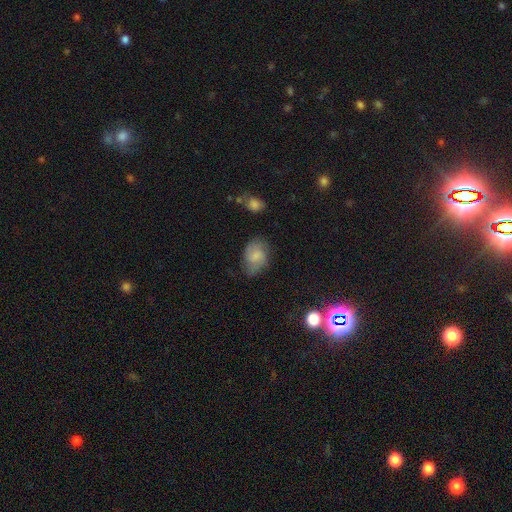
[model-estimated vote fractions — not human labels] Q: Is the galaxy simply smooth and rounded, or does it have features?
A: smooth — 72%.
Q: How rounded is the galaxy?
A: in between — 79%.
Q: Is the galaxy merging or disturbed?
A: none — 59%.